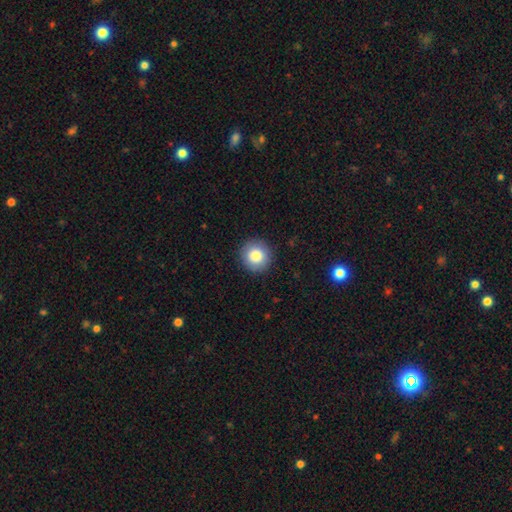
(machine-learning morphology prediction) This appears to be a smooth galaxy with no disk features (84%) that is round (94%). Merging: none (92%).